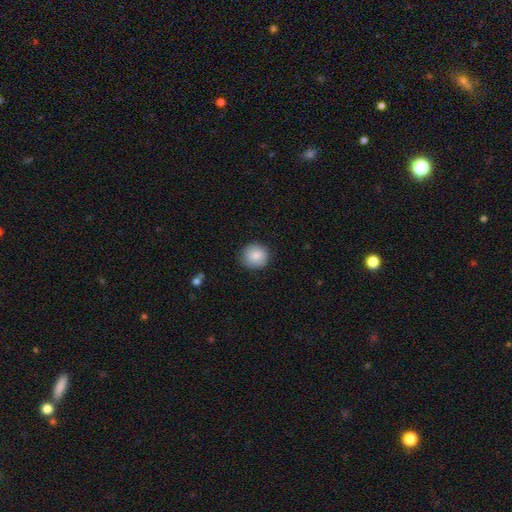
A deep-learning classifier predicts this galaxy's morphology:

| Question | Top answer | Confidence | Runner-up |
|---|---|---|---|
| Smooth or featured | smooth | 87% | star or artifact (8%) |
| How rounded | round | 89% | in between (10%) |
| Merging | none | 86% | minor disturbance (11%) |